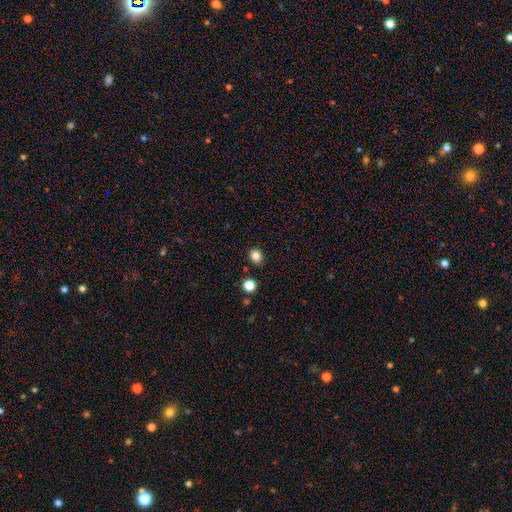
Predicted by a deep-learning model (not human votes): smooth-or-featured: smooth: 83% | star or artifact: 12% | featured or disk: 5%
  how-rounded: round: 64% | in between: 35% | cigar-shaped: 1%
  merging: none: 86% | minor disturbance: 9% | merger: 3% | major disturbance: 2%